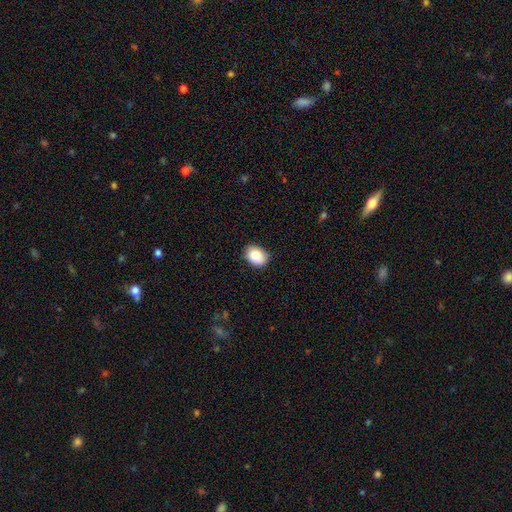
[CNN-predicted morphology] smooth 88%, star or artifact 7%, featured or disk 4%. Down the decision tree: how rounded — in between (71%); merging — none (80%).